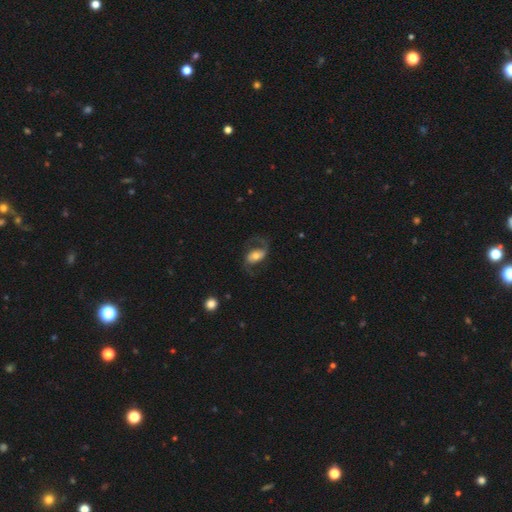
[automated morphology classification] Q: Smooth or featured?
A: featured or disk (72%); runner-up: smooth (21%)
Q: Edge-on disk?
A: no (96%); runner-up: yes (4%)
Q: Bar?
A: no (40%); runner-up: weak (34%)
Q: Spiral arms?
A: yes (92%); runner-up: no (8%)
Q: Spiral winding?
A: loose (51%); runner-up: medium (40%)
Q: Spiral arm count?
A: 2 (89%); runner-up: 1 (5%)
Q: Bulge size?
A: moderate (55%); runner-up: small (24%)
Q: Merging?
A: none (66%); runner-up: major disturbance (17%)